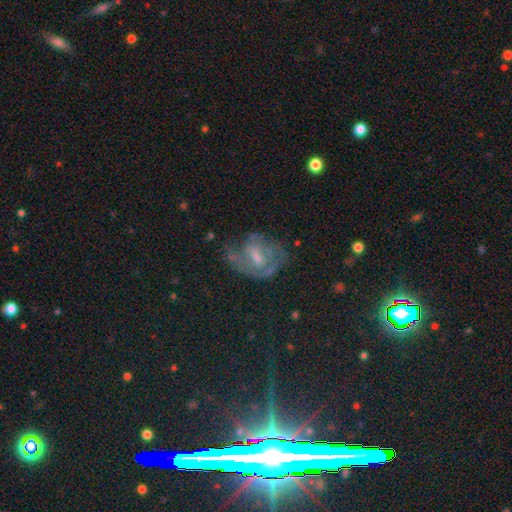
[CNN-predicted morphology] smooth-or-featured: featured or disk: 55% | star or artifact: 24% | smooth: 21%
  disk-edge-on: no: 95% | yes: 5%
    bar: weak: 47% | no: 37% | strong: 15%
    has-spiral-arms: yes: 70% | no: 30%
    bulge-size: moderate: 42% | small: 41% | none: 11% | large: 5% | dominant: 2%
  merging: none: 49% | major disturbance: 24% | minor disturbance: 24% | merger: 3%